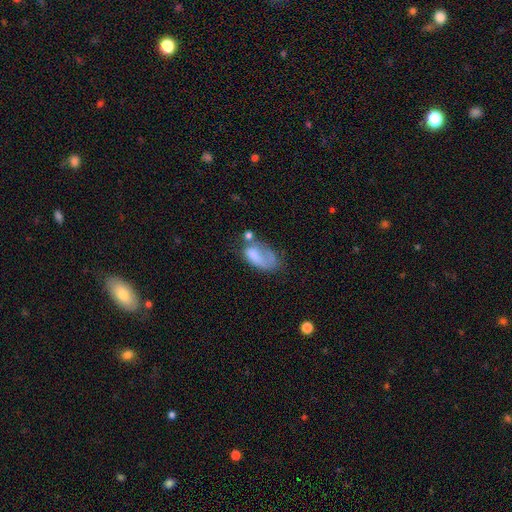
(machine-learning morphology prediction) Smooth or featured: smooth — 61% (featured or disk — 31%)
How rounded: in between — 91% (round — 6%)
Merging: major disturbance — 34% (none — 27%)